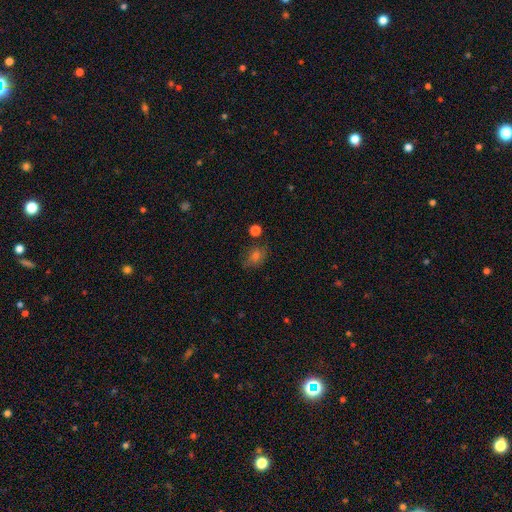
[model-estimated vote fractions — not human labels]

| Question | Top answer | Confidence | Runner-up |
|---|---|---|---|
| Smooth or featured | smooth | 61% | star or artifact (25%) |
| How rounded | in between | 53% | round (45%) |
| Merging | none | 74% | minor disturbance (17%) |